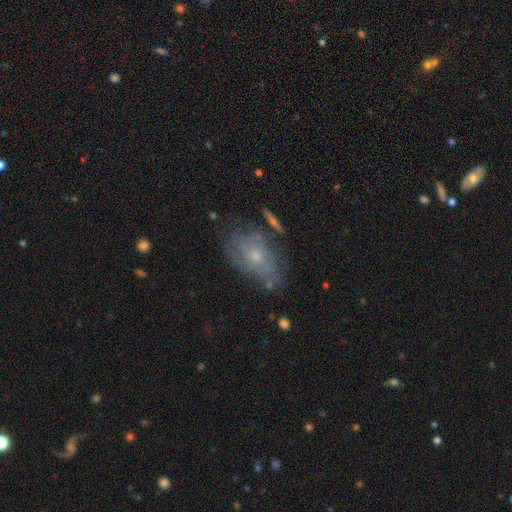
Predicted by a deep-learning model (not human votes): Morphology: type=featured or disk (57%); edge-on=no (94%); bar=no (82%); spiral arms=yes (64%); bulge=small (66%); merging=none (57%).